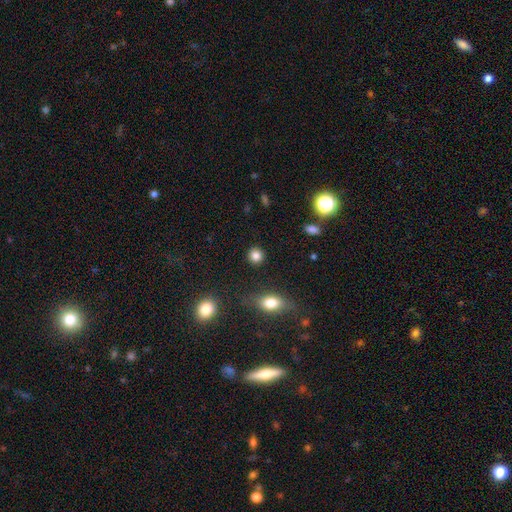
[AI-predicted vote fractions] This appears to be a smooth galaxy with no disk features (85%) that is round (89%). Merging: none (90%).